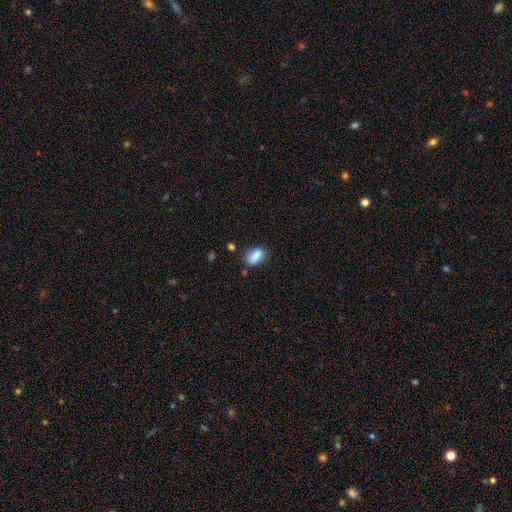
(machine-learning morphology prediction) Smooth or featured? smooth (85%)
How rounded? in between (87%)
Merging? none (68%)